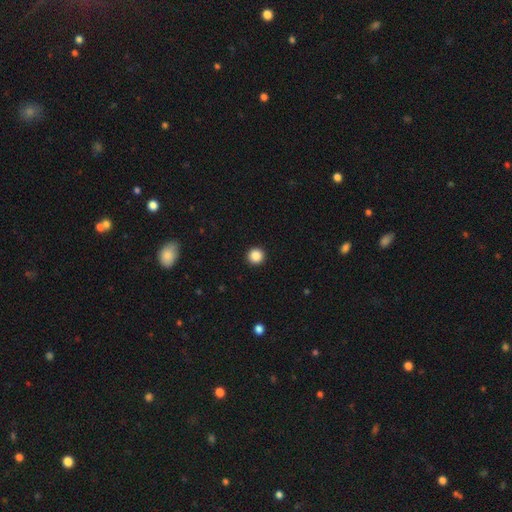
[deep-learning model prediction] Morphology: type=smooth (87%); roundness=round (96%); merging=none (94%).